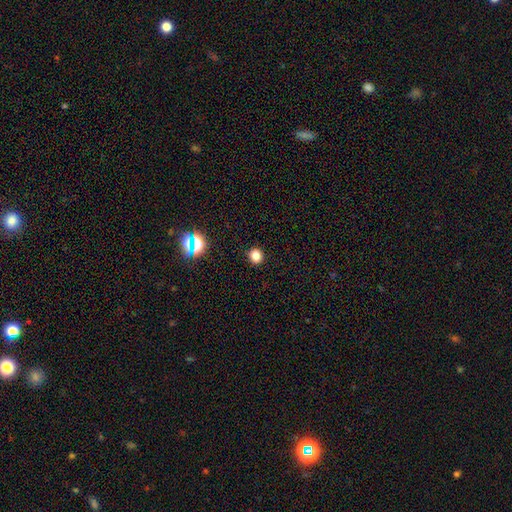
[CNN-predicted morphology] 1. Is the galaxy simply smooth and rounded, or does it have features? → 80% smooth, 16% star or artifact, 4% featured or disk.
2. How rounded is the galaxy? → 84% round, 15% in between, 1% cigar-shaped.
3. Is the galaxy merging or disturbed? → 91% none, 5% minor disturbance, 2% major disturbance, 1% merger.